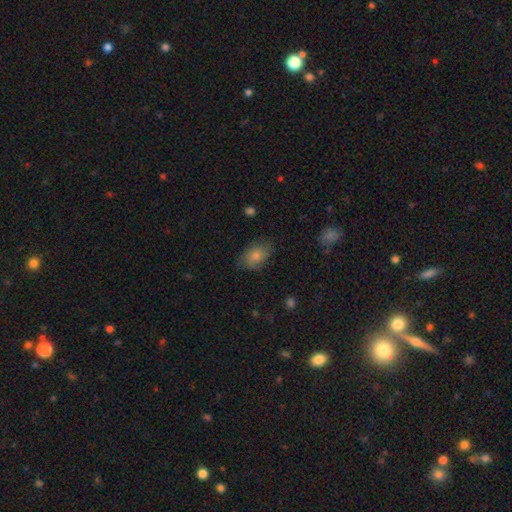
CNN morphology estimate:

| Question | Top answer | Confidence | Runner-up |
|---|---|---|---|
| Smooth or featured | smooth | 81% | featured or disk (12%) |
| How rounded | in between | 86% | round (12%) |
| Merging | none | 72% | minor disturbance (21%) |